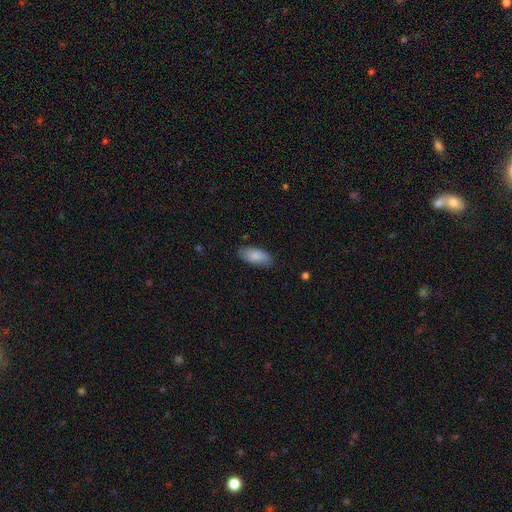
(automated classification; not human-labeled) A smooth galaxy with no disk features (87%) that is in between round and cigar-shaped (87%). Merging: none (82%).